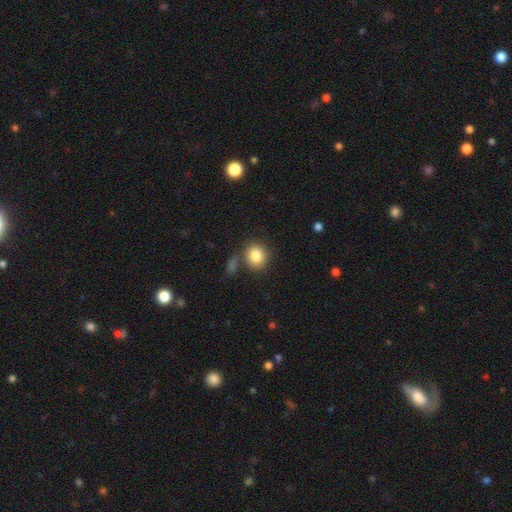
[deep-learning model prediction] smooth_or_featured: smooth (p=0.85) [alt: star or artifact p=0.09]
how_rounded: round (p=0.81) [alt: in between p=0.17]
merging: none (p=0.73) [alt: minor disturbance p=0.11]